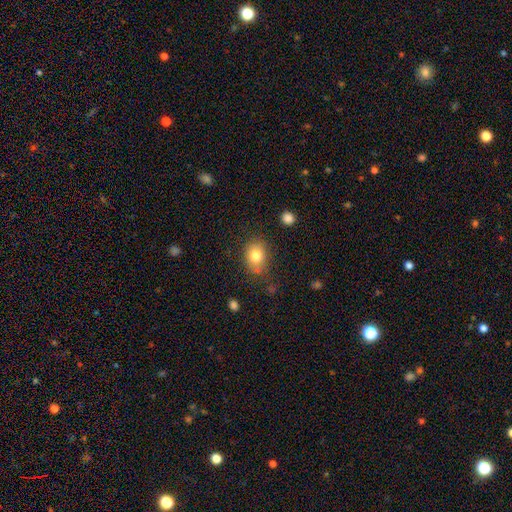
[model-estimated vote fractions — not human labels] smooth 80%, featured or disk 10%, star or artifact 9%. Down the decision tree: how rounded — in between (58%); merging — none (74%).